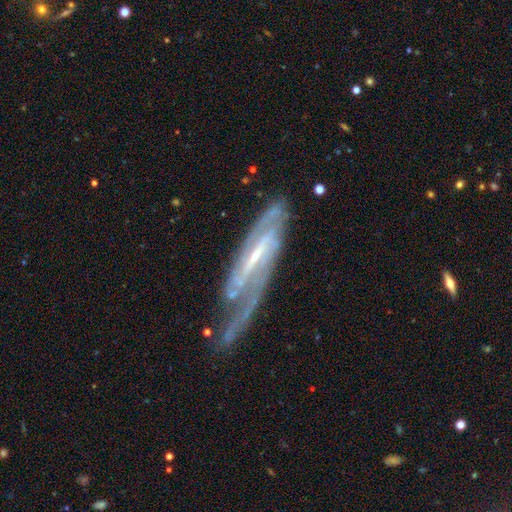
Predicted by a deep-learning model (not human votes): featured or disk 88%, smooth 7%, star or artifact 6%. Down the decision tree: edge-on disk — no (81%); bar — strong (58%); spiral arms — yes (95%); spiral arm count — 2 (66%); spiral winding — medium (44%); bulge size — small (72%); merging — none (59%).